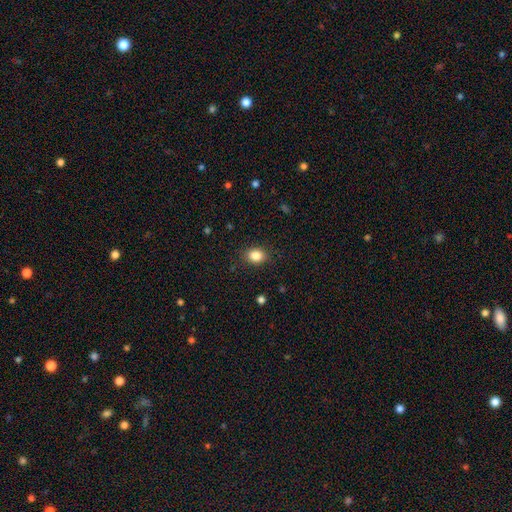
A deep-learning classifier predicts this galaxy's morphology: Smooth or featured? smooth (85%)
How rounded? in between (60%)
Merging? none (87%)